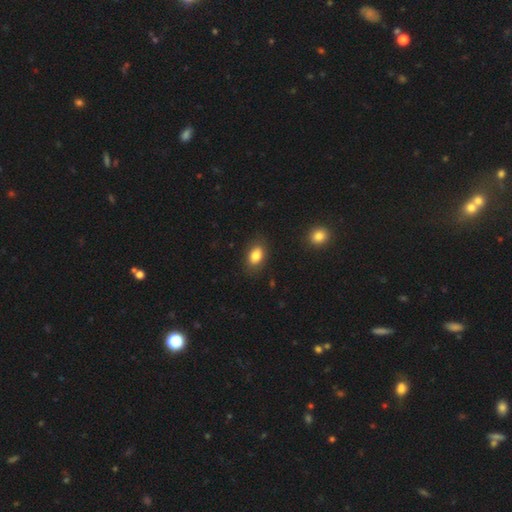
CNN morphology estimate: Overall: smooth (83%). How rounded: in between (84%). Merging: none (84%).